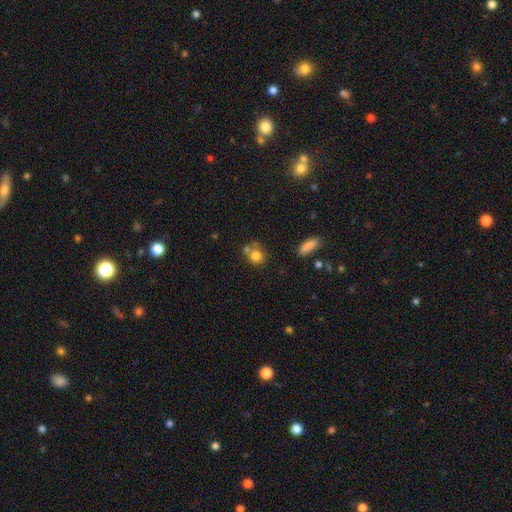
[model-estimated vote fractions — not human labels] A smooth galaxy with no disk features (80%) that is round (80%).

Vote fractions:
- Smooth or featured? smooth: 80% / star or artifact: 11% / featured or disk: 10%
- How rounded? round: 80% / in between: 19% / cigar-shaped: 1%
- Merging? none: 52% / merger: 31% / minor disturbance: 12% / major disturbance: 5%